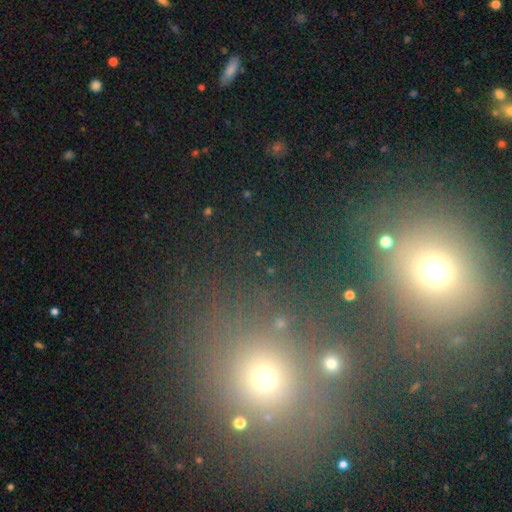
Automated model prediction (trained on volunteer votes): star or artifact 47%, smooth 41%, featured or disk 12%.